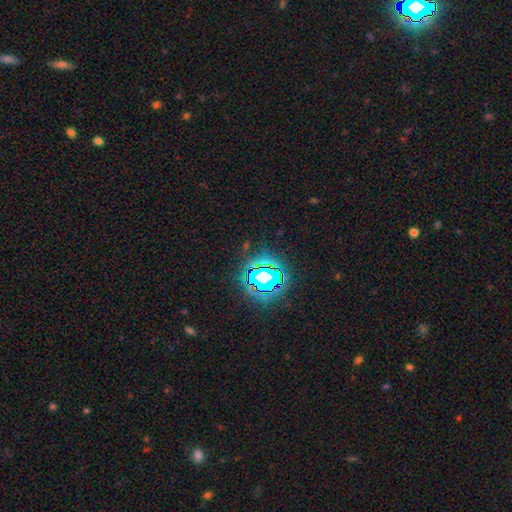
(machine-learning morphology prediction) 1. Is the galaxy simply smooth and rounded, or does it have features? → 82% star or artifact, 11% smooth, 7% featured or disk.